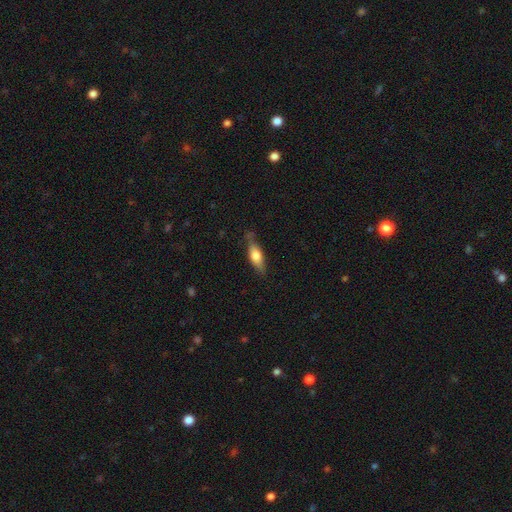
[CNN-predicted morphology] Smooth or featured? Predicted: smooth (p=0.60). How rounded? Predicted: in between (p=0.59). Merging? Predicted: none (p=0.71).